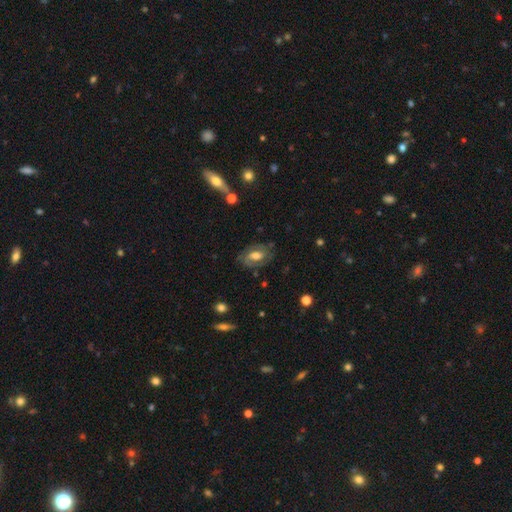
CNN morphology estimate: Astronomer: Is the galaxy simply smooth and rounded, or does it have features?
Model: featured or disk — 65%.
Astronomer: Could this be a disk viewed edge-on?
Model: no — 94%.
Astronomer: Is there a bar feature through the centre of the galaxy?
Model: no — 43% (runner-up: weak, 41%).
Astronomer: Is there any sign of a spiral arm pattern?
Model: yes — 77%.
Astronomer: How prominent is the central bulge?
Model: moderate — 60%.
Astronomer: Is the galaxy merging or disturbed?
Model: none — 74%.